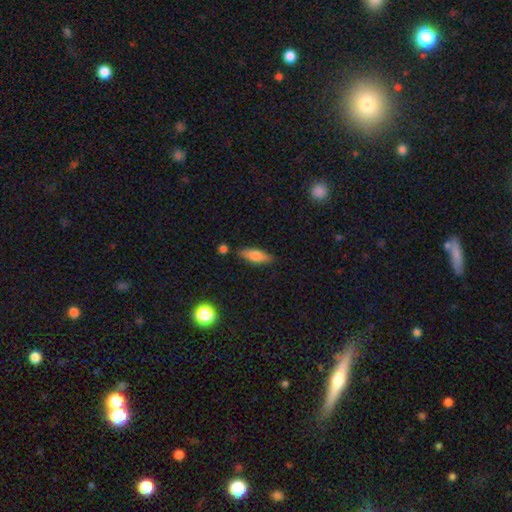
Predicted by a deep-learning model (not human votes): The model was most divided on "how rounded": in between: 55%, cigar-shaped: 42%, round: 3%. More confident: merging — none (80%); smooth or featured — smooth (71%).